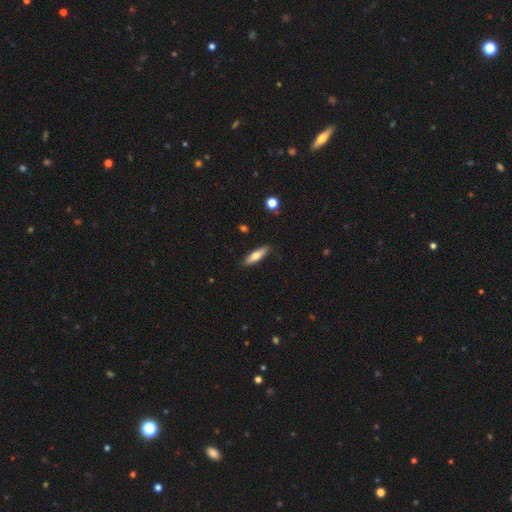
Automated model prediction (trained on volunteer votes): smooth-or-featured: smooth: 67% | featured or disk: 27% | star or artifact: 6%
  how-rounded: cigar-shaped: 65% | in between: 33% | round: 2%
  merging: none: 86% | minor disturbance: 10% | major disturbance: 2% | merger: 1%